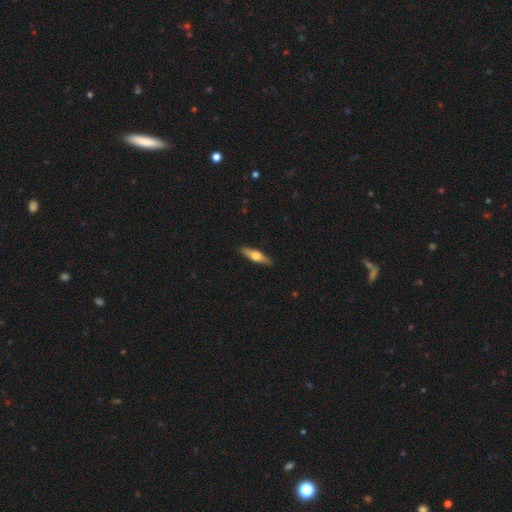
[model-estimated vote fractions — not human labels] The model was most divided on "smooth or featured": featured or disk: 50%, smooth: 44%, star or artifact: 6%. More confident: edge-on disk — yes (93%); merging — none (90%).